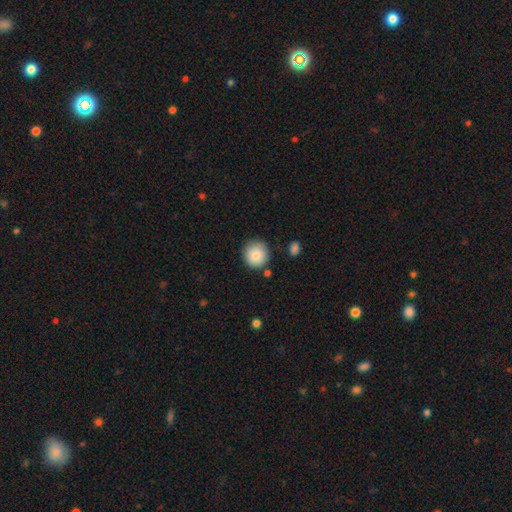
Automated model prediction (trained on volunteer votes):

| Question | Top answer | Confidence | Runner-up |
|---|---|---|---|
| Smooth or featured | smooth | 83% | featured or disk (10%) |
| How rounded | round | 92% | in between (7%) |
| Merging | none | 82% | minor disturbance (12%) |